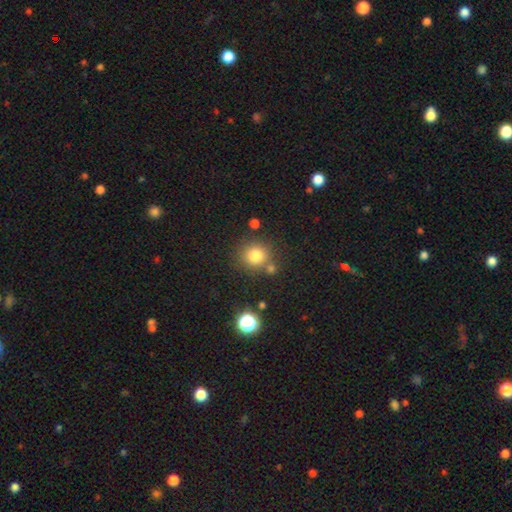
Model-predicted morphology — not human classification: Q: Smooth or featured?
A: smooth (79%); runner-up: star or artifact (14%)
Q: How rounded?
A: round (90%); runner-up: in between (9%)
Q: Merging?
A: none (73%); runner-up: merger (13%)